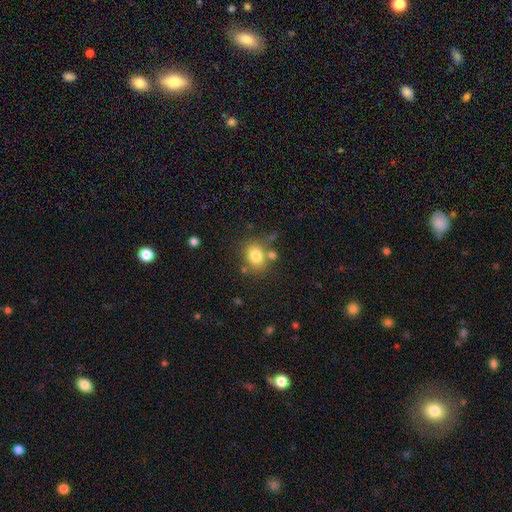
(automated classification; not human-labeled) The model was most divided on "how rounded": round: 59%, in between: 40%, cigar-shaped: 1%. More confident: smooth or featured — smooth (79%); merging — none (64%).